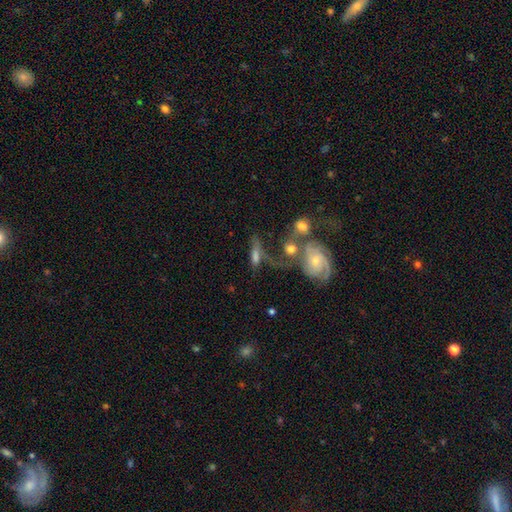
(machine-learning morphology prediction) Q: Smooth or featured?
A: featured or disk (54%); runner-up: smooth (34%)
Q: Edge-on disk?
A: no (74%); runner-up: yes (26%)
Q: Merging?
A: merger (35%); runner-up: none (32%)